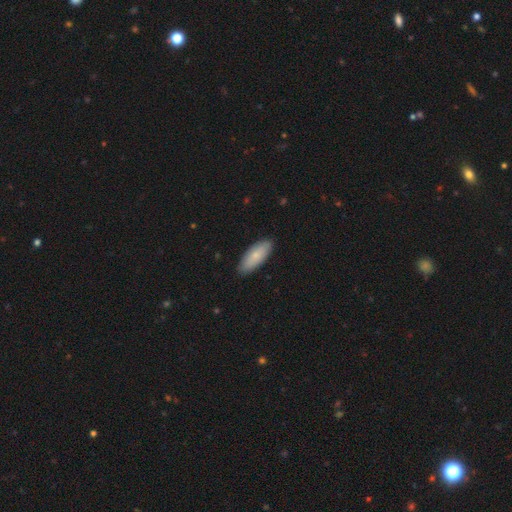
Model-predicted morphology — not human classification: Q: Smooth or featured?
A: smooth (81%); runner-up: featured or disk (13%)
Q: How rounded?
A: in between (74%); runner-up: cigar-shaped (24%)
Q: Merging?
A: none (88%); runner-up: minor disturbance (9%)